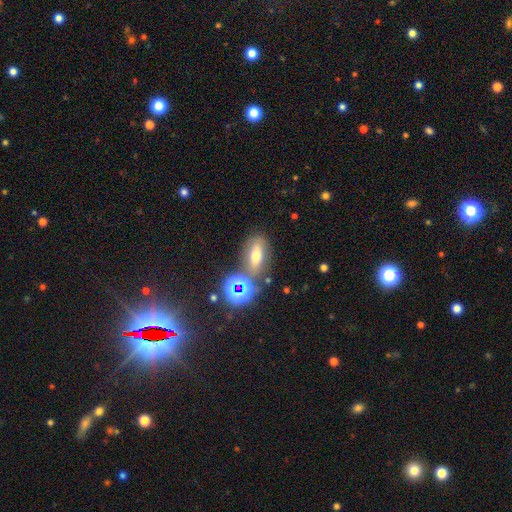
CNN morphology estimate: The model was most divided on "smooth or featured": smooth: 53%, star or artifact: 27%, featured or disk: 20%. More confident: how rounded — in between (68%); merging — none (67%).